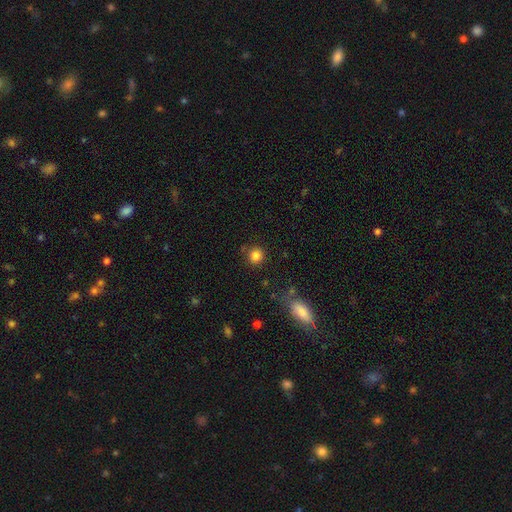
A smooth galaxy with no disk features (86%) that is round (88%). Merging: none (89%).